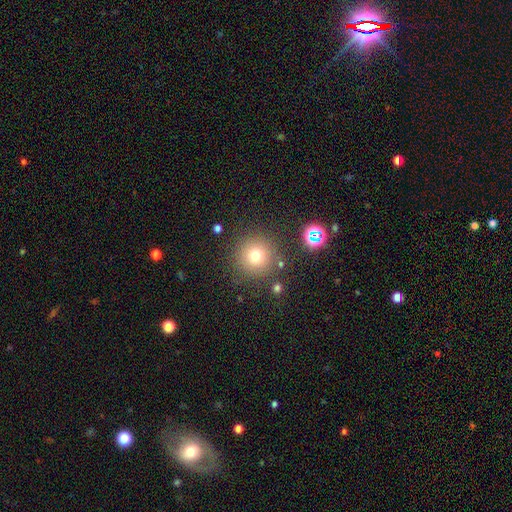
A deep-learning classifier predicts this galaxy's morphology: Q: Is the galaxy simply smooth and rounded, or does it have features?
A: smooth — 74%.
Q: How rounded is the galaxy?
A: round — 95%.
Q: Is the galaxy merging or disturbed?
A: none — 85%.